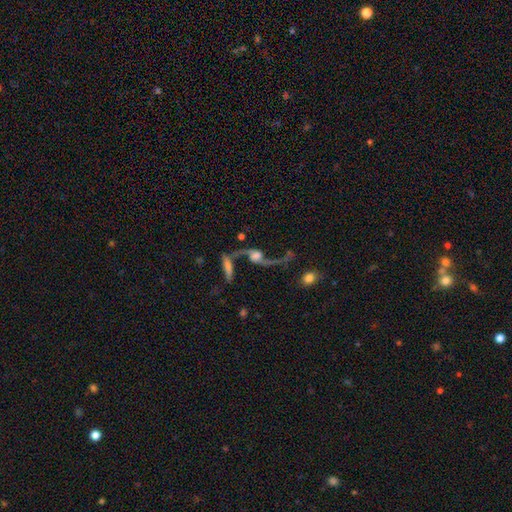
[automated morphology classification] type=featured or disk (85%); edge-on=no (90%); bar=no (57%); spiral arms=yes (94%); winding=loose (92%); arm count=2 (92%); bulge=moderate (38%); merging=none (48%).